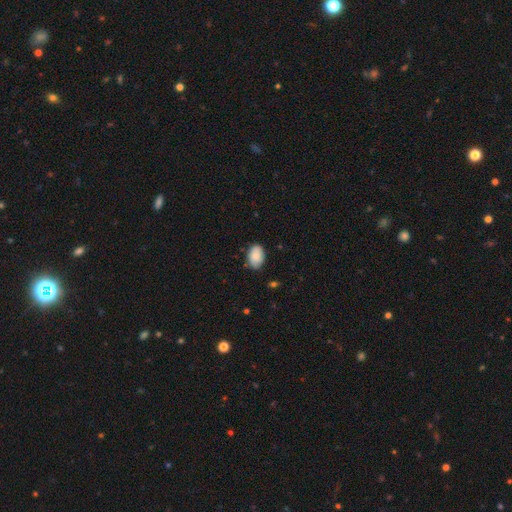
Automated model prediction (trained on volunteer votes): Q: Smooth or featured?
A: smooth (86%); runner-up: featured or disk (7%)
Q: How rounded?
A: in between (87%); runner-up: round (11%)
Q: Merging?
A: none (76%); runner-up: minor disturbance (19%)